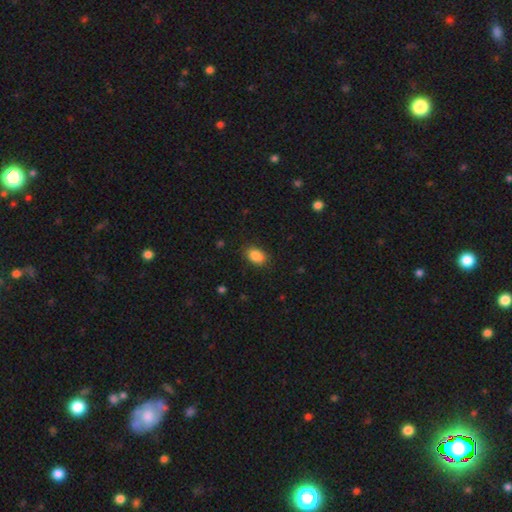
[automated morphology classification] Smooth or featured: smooth — 86% (star or artifact — 8%)
How rounded: in between — 82% (round — 17%)
Merging: none — 84% (minor disturbance — 12%)